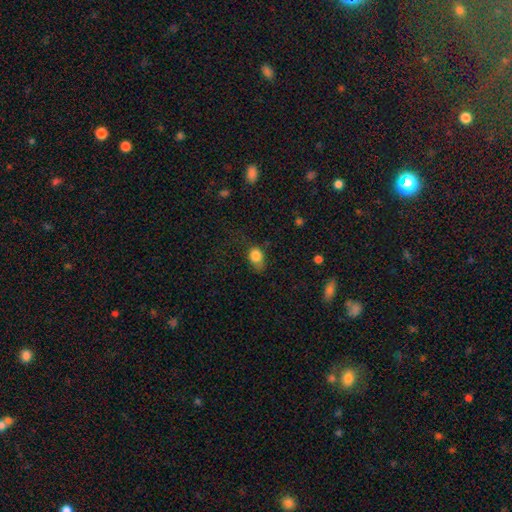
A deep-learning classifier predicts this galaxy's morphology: Smooth or featured? smooth (83%)
How rounded? in between (55%)
Merging? none (44%)